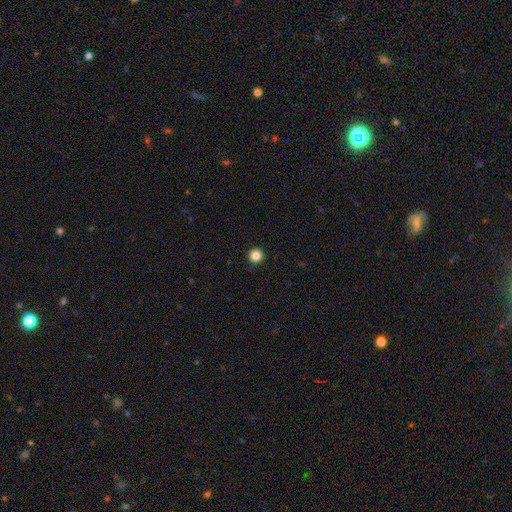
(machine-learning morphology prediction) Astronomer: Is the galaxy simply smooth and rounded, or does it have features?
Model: smooth — 85%.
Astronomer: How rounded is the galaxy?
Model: round — 97%.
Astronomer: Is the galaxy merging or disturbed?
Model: none — 93%.